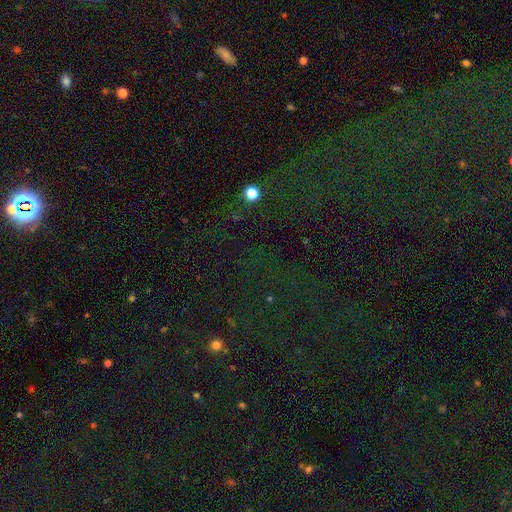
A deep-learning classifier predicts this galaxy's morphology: Smooth or featured: star or artifact — 75% (smooth — 16%)